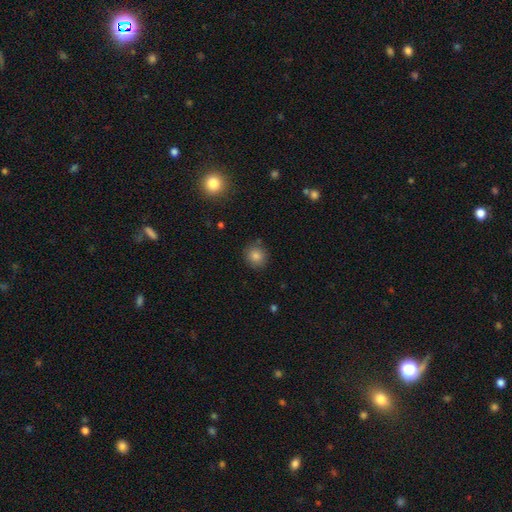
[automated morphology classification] Smooth or featured: smooth — 82% (star or artifact — 12%)
How rounded: round — 87% (in between — 12%)
Merging: none — 86% (minor disturbance — 9%)